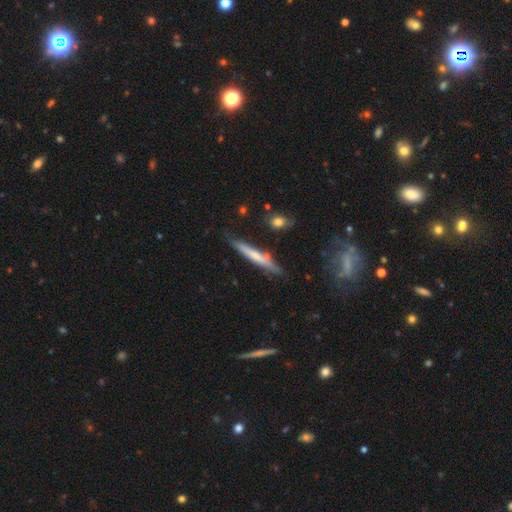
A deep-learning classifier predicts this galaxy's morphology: A smooth galaxy with no disk features (51%) that is cigar-shaped (93%). Merging: none (74%).